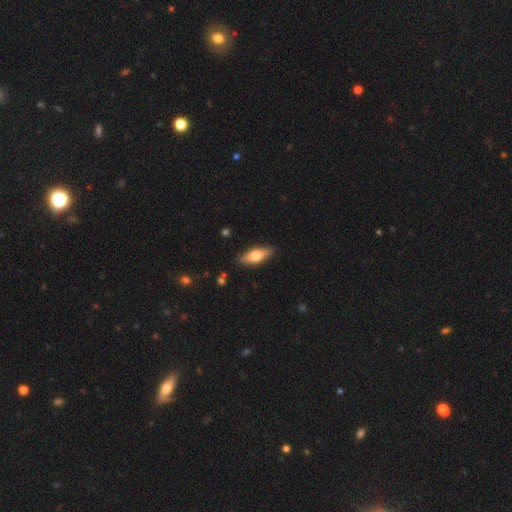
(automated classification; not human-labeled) smooth-or-featured: smooth: 58% | featured or disk: 36% | star or artifact: 6%
  how-rounded: in between: 63% | cigar-shaped: 34% | round: 3%
  merging: none: 88% | minor disturbance: 9% | major disturbance: 2% | merger: 1%